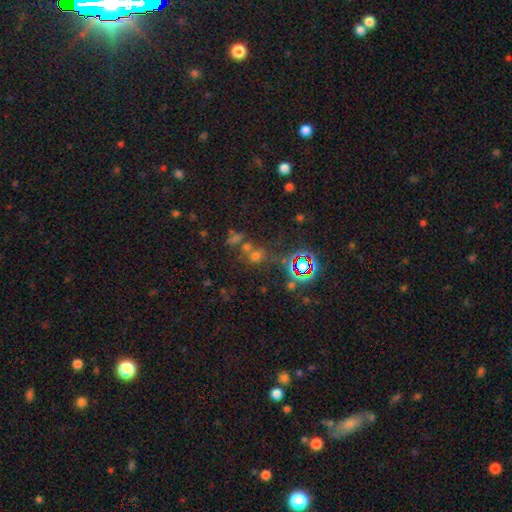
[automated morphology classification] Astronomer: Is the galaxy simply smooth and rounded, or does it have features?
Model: star or artifact — 50% (runner-up: smooth, 39%).